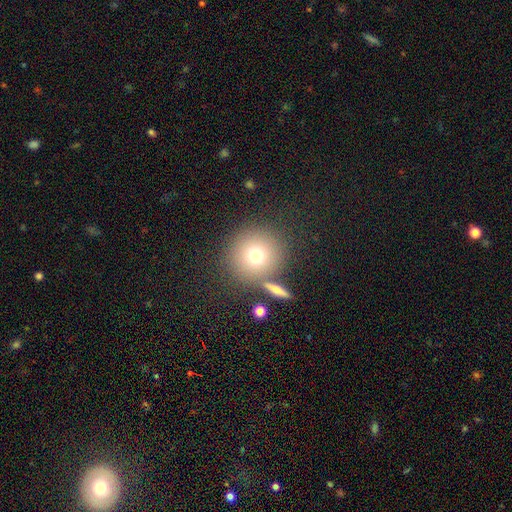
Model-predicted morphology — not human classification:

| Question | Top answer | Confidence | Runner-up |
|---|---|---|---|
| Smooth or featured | smooth | 72% | star or artifact (14%) |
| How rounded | round | 93% | in between (6%) |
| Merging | none | 76% | merger (10%) |